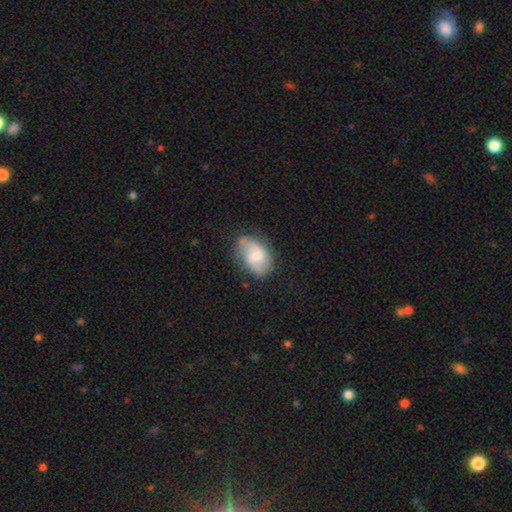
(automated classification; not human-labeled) A featured or disk galaxy (50%).

Vote fractions:
- Smooth or featured? featured or disk: 50% / smooth: 43% / star or artifact: 7%
- Edge-on disk? no: 96% / yes: 4%
- Merging? none: 65% / minor disturbance: 25% / major disturbance: 8% / merger: 2%